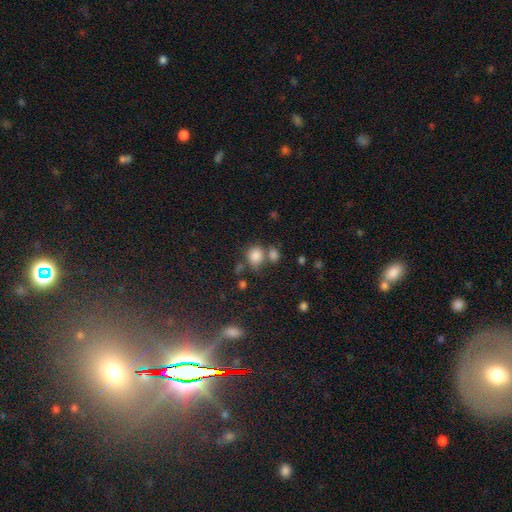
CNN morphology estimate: Smooth or featured? smooth (81%)
How rounded? round (64%)
Merging? none (46%)